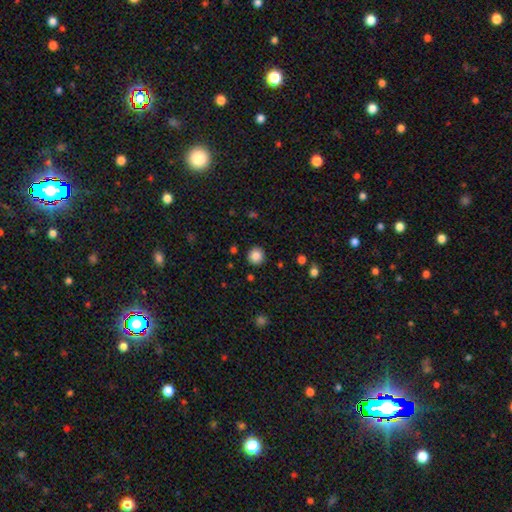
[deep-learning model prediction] The model was most divided on "smooth or featured": smooth: 85%, star or artifact: 10%, featured or disk: 5%. More confident: how rounded — round (94%); merging — none (91%).